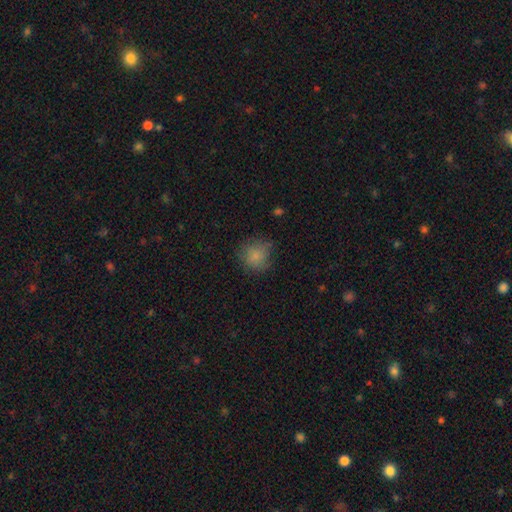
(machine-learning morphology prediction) Smooth or featured?
  - smooth: 80% *
  - star or artifact: 11%
  - featured or disk: 8%
How rounded?
  - round: 87% *
  - in between: 12%
  - cigar-shaped: 1%
Merging?
  - none: 70% *
  - minor disturbance: 21%
  - major disturbance: 7%
  - merger: 1%